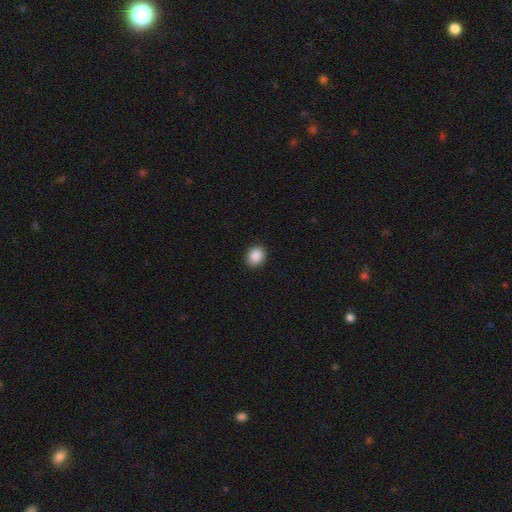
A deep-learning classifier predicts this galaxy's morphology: Smooth or featured: smooth — 89% (star or artifact — 8%)
How rounded: round — 56% (in between — 43%)
Merging: none — 91% (minor disturbance — 7%)